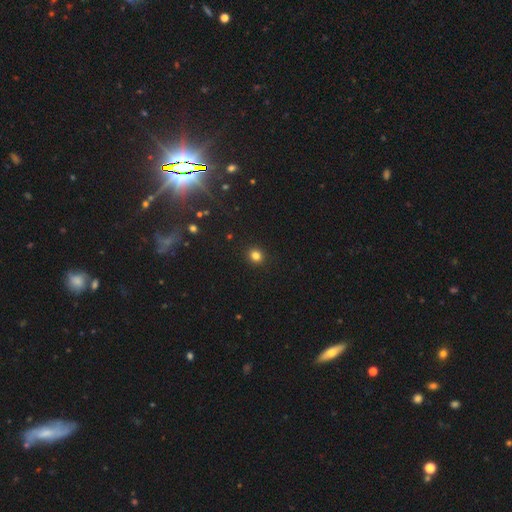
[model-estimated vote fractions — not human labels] A smooth galaxy with no disk features (82%) that is round (85%).

Vote fractions:
- Smooth or featured? smooth: 82% / star or artifact: 13% / featured or disk: 4%
- How rounded? round: 85% / in between: 14% / cigar-shaped: 1%
- Merging? none: 92% / minor disturbance: 5% / major disturbance: 2% / merger: 1%